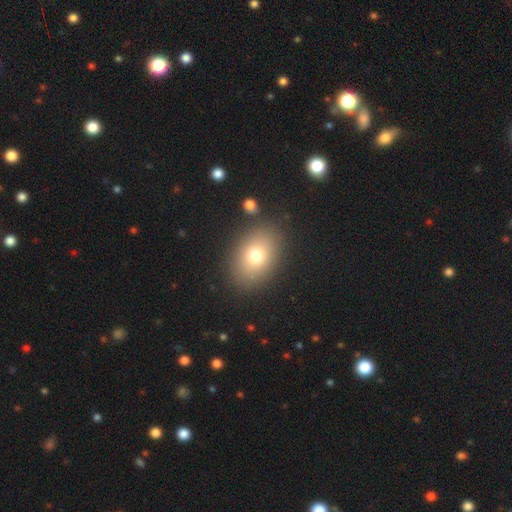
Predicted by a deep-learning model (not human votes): Smooth or featured?
  - smooth: 74% *
  - featured or disk: 14%
  - star or artifact: 11%
How rounded?
  - in between: 77% *
  - round: 22%
  - cigar-shaped: 1%
Merging?
  - none: 84% *
  - minor disturbance: 9%
  - major disturbance: 4%
  - merger: 3%